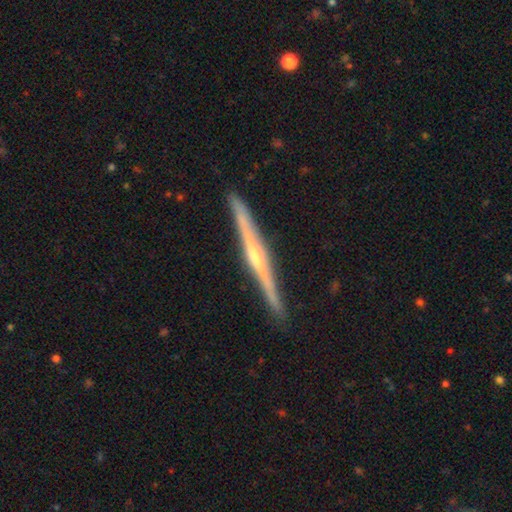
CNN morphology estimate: featured or disk 80%, smooth 15%, star or artifact 5%. Down the decision tree: edge-on disk — yes (98%); edge-on bulge — rounded (70%); merging — none (91%).